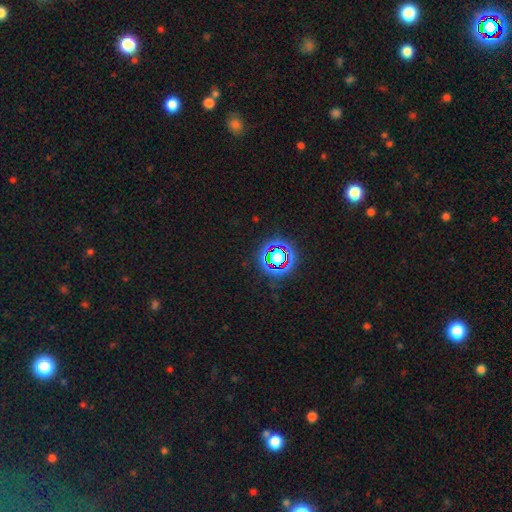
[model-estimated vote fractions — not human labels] Morphology: type=star or artifact (73%).